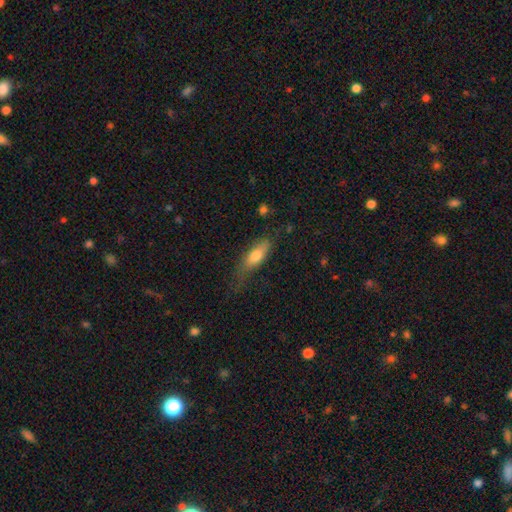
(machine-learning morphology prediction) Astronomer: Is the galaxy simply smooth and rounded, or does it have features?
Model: smooth — 69%.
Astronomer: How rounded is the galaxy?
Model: in between — 56% (runner-up: cigar-shaped, 41%).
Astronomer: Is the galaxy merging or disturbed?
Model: none — 51% (runner-up: minor disturbance, 31%).